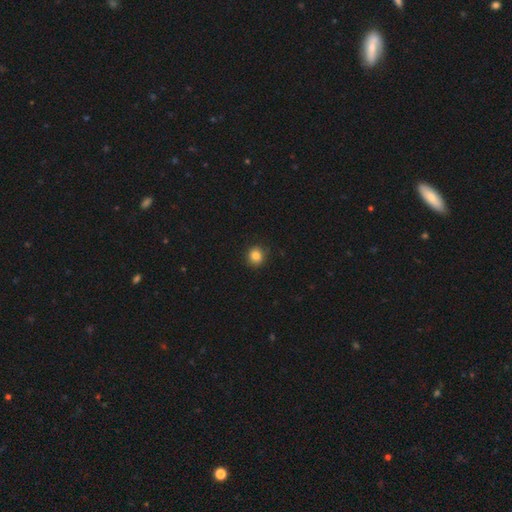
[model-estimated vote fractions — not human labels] smooth_or_featured: smooth (p=0.85) [alt: star or artifact p=0.11]
how_rounded: round (p=0.87) [alt: in between p=0.12]
merging: none (p=0.90) [alt: minor disturbance p=0.07]